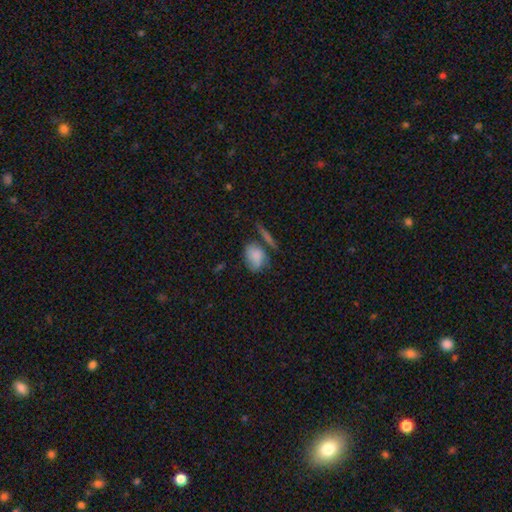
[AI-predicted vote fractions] The model was most divided on "merging": none: 48%, minor disturbance: 23%, merger: 17%, major disturbance: 12%. More confident: smooth or featured — smooth (76%); how rounded — in between (74%).